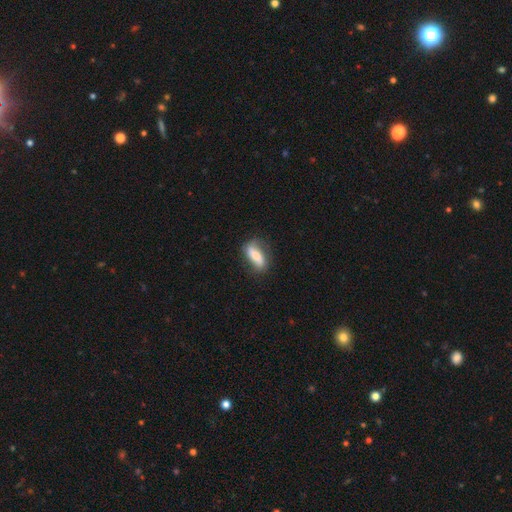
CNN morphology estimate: type=smooth (54%); roundness=in between (71%); merging=none (71%).